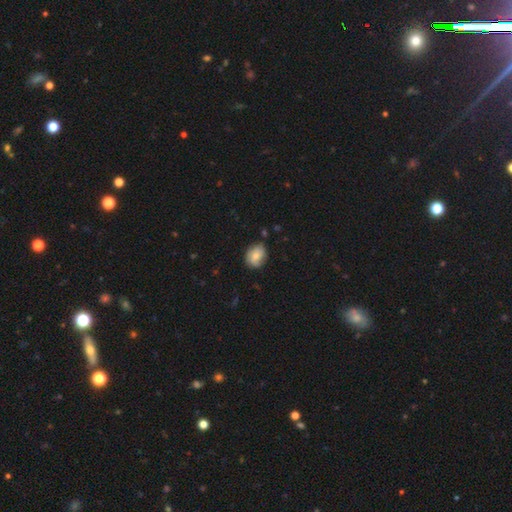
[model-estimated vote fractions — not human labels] smooth-or-featured: smooth: 64% | featured or disk: 28% | star or artifact: 8%
  how-rounded: round: 51% | in between: 48% | cigar-shaped: 1%
  merging: none: 72% | minor disturbance: 23% | major disturbance: 4% | merger: 2%